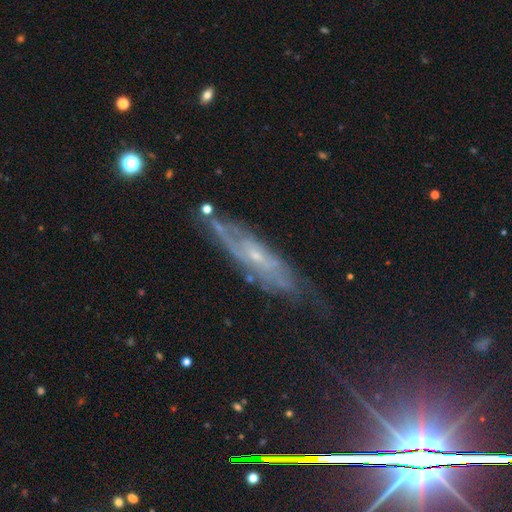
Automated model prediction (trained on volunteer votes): The model was most divided on "edge-on disk": no: 66%, yes: 34%. More confident: smooth or featured — featured or disk (72%); merging — none (63%).